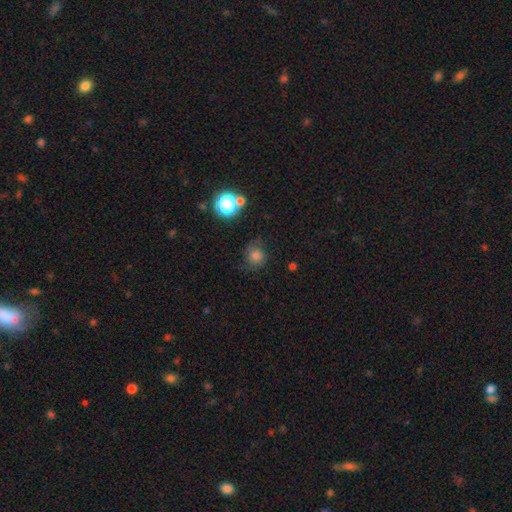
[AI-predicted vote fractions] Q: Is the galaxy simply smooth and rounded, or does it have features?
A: smooth — 75%.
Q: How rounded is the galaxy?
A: round — 84%.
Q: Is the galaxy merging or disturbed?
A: none — 70%.